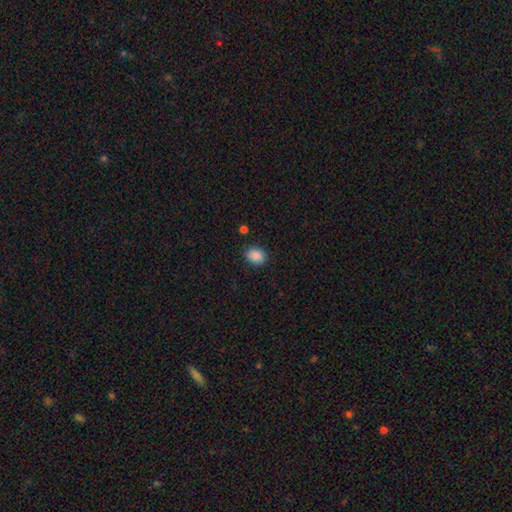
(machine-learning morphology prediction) A smooth galaxy with no disk features (88%) that is in between round and cigar-shaped (50%).

Vote fractions:
- Smooth or featured? smooth: 88% / star or artifact: 9% / featured or disk: 3%
- How rounded? in between: 50% / round: 49% / cigar-shaped: 1%
- Merging? none: 85% / minor disturbance: 11% / major disturbance: 3% / merger: 2%